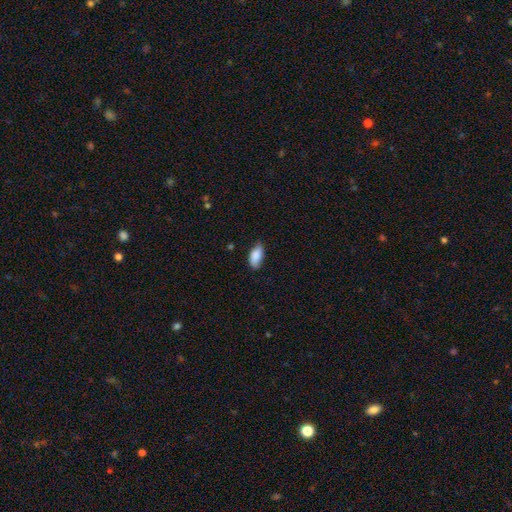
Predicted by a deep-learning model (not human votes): Q: Smooth or featured?
A: smooth (85%); runner-up: featured or disk (9%)
Q: How rounded?
A: in between (90%); runner-up: cigar-shaped (7%)
Q: Merging?
A: none (75%); runner-up: minor disturbance (20%)